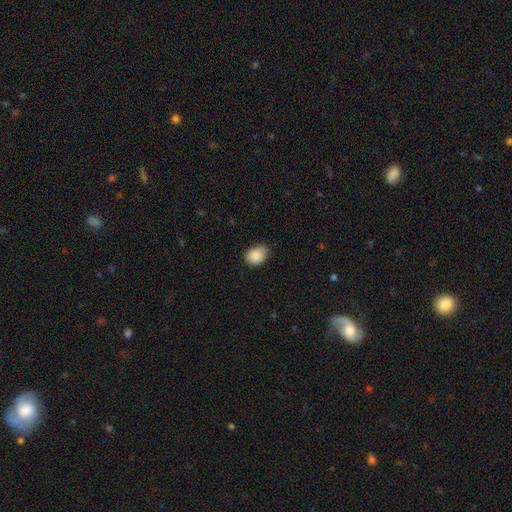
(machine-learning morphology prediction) This is clearly a smooth galaxy (87%). How rounded: likely in between (60%). Merging: possibly none (58%).